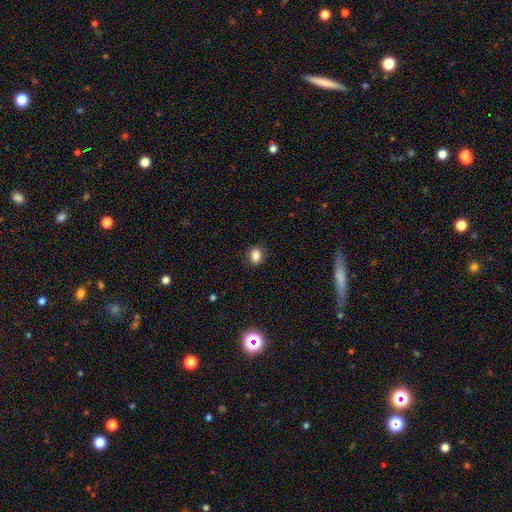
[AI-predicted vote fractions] Smooth or featured? Predicted: smooth (p=0.85). How rounded? Predicted: in between (p=0.55). Merging? Predicted: none (p=0.85).